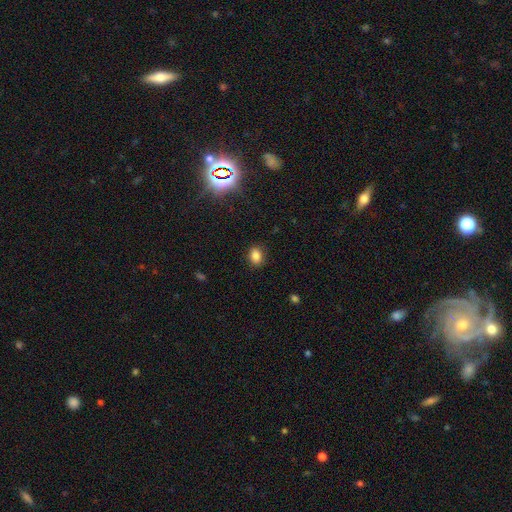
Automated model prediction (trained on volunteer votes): smooth 83%, star or artifact 12%, featured or disk 5%. Down the decision tree: how rounded — in between (65%); merging — none (86%).